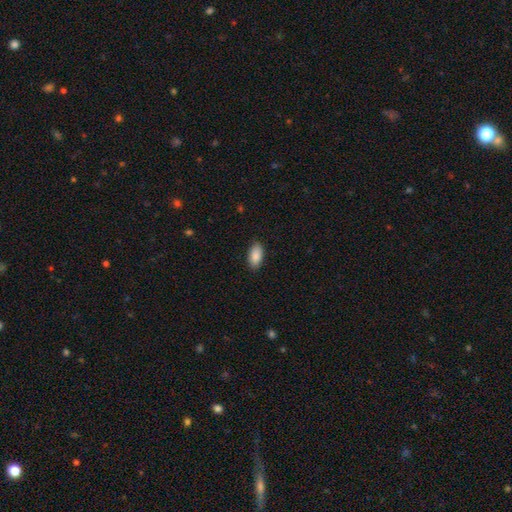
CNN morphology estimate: smooth-or-featured: smooth: 88% | star or artifact: 7% | featured or disk: 5%
  how-rounded: in between: 94% | cigar-shaped: 3% | round: 3%
  merging: none: 87% | minor disturbance: 10% | major disturbance: 2% | merger: 1%